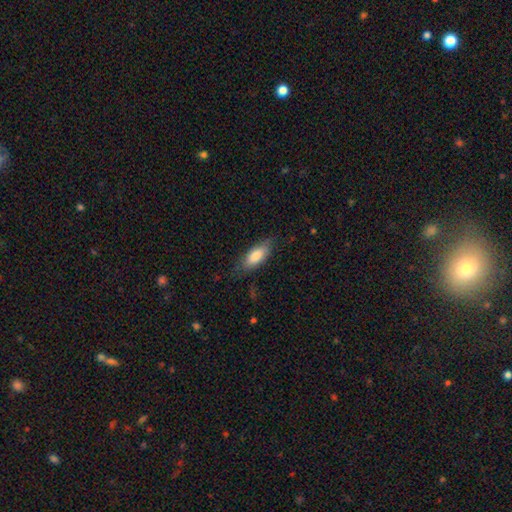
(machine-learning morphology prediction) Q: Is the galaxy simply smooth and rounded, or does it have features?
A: smooth — 80%.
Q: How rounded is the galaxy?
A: in between — 78%.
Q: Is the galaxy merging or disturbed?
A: none — 73%.